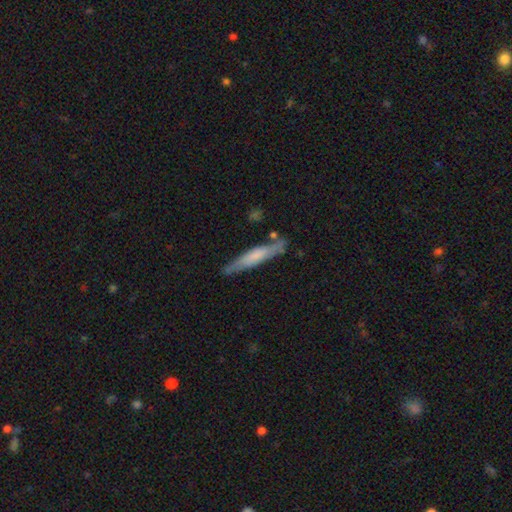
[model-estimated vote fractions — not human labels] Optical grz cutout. It shows a smooth galaxy with no disk features (55%) that is cigar-shaped (91%). Merging: none (76%).